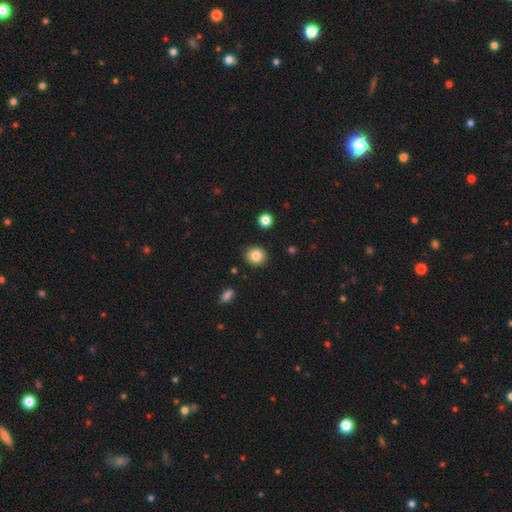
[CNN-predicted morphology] Smooth or featured? Predicted: smooth (p=0.84). How rounded? Predicted: round (p=0.86). Merging? Predicted: none (p=0.90).